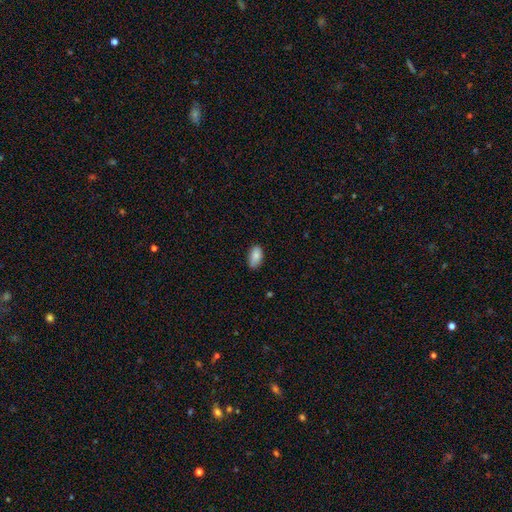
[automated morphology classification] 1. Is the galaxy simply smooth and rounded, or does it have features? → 86% smooth, 7% star or artifact, 7% featured or disk.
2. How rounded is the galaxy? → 92% in between, 4% cigar-shaped, 4% round.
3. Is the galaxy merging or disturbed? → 75% none, 21% minor disturbance, 3% major disturbance, 1% merger.